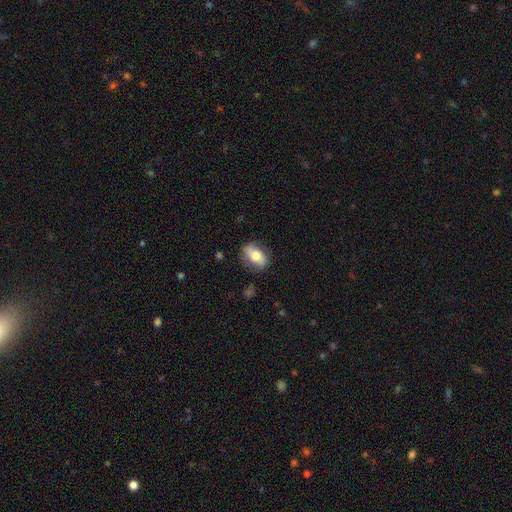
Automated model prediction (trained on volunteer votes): Q: Smooth or featured?
A: smooth (59%); runner-up: featured or disk (34%)
Q: How rounded?
A: in between (77%); runner-up: round (19%)
Q: Merging?
A: none (79%); runner-up: minor disturbance (16%)